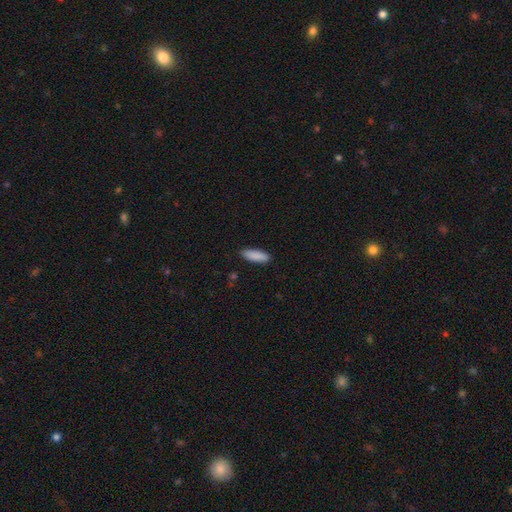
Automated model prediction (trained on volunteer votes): A smooth galaxy with no disk features (89%) that is cigar-shaped (50%). Merging: none (89%).